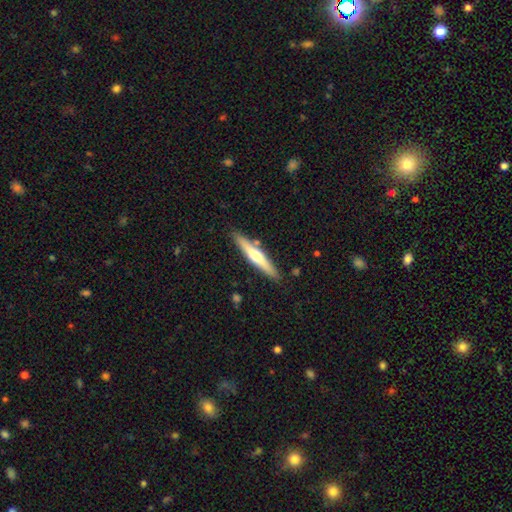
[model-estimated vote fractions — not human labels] A featured or disk galaxy (54%) viewed edge-on (95%) with a rounded central bulge (86%).

Vote fractions:
- Smooth or featured? featured or disk: 54% / smooth: 41% / star or artifact: 5%
- Edge-on disk? yes: 95% / no: 5%
- Edge-on bulge? rounded: 86% / none: 10% / boxy: 4%
- Merging? none: 86% / minor disturbance: 9% / merger: 3% / major disturbance: 2%